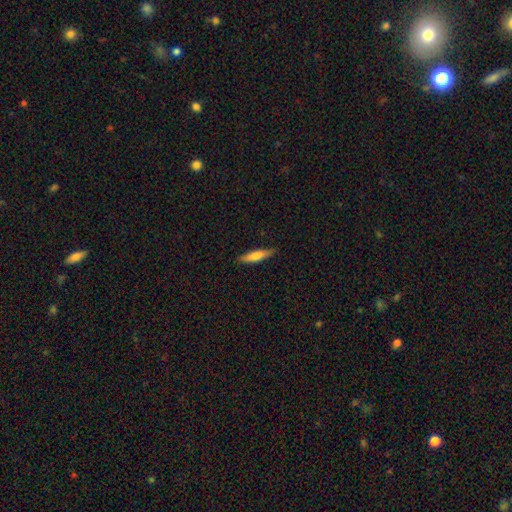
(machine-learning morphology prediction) A smooth galaxy with no disk features (73%) that is cigar-shaped (82%).

Vote fractions:
- Smooth or featured? smooth: 73% / featured or disk: 21% / star or artifact: 6%
- How rounded? cigar-shaped: 82% / in between: 17% / round: 1%
- Merging? none: 87% / minor disturbance: 10% / major disturbance: 2% / merger: 1%